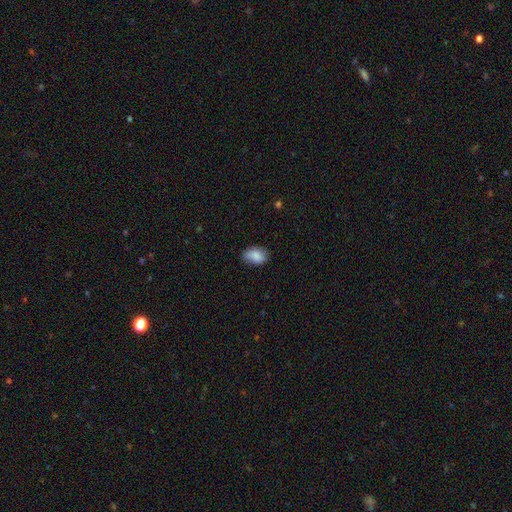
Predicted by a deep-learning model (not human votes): smooth_or_featured: smooth (p=0.81) [alt: featured or disk p=0.11]
how_rounded: in between (p=0.85) [alt: round p=0.14]
merging: none (p=0.68) [alt: minor disturbance p=0.25]